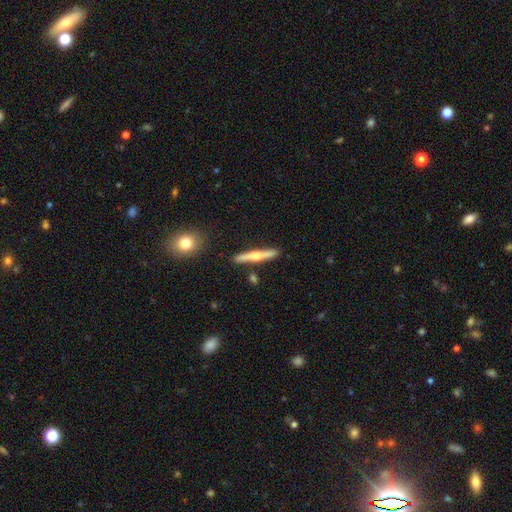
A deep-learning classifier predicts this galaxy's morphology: Q: Smooth or featured?
A: featured or disk (61%); runner-up: smooth (33%)
Q: Edge-on disk?
A: yes (97%); runner-up: no (3%)
Q: Edge-on bulge?
A: rounded (91%); runner-up: none (5%)
Q: Merging?
A: none (87%); runner-up: minor disturbance (8%)